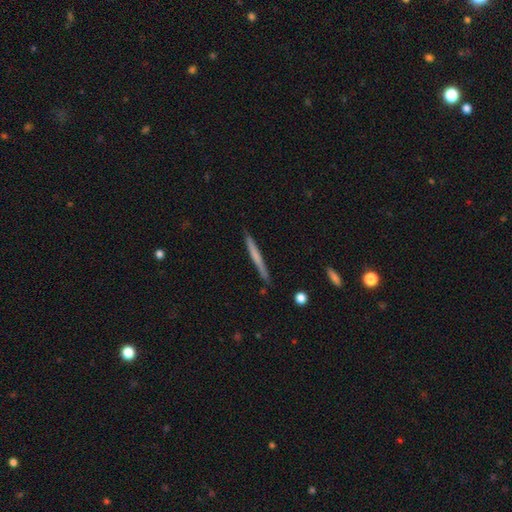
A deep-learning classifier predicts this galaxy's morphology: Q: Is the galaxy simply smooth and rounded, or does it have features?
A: smooth — 56%.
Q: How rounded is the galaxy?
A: cigar-shaped — 97%.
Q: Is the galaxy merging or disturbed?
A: none — 88%.